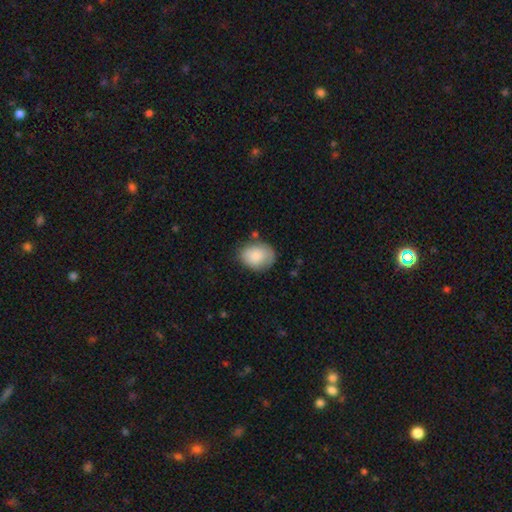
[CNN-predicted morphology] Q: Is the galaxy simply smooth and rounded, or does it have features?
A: smooth — 84%.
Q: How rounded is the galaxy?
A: in between — 63%.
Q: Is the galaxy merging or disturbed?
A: none — 68%.